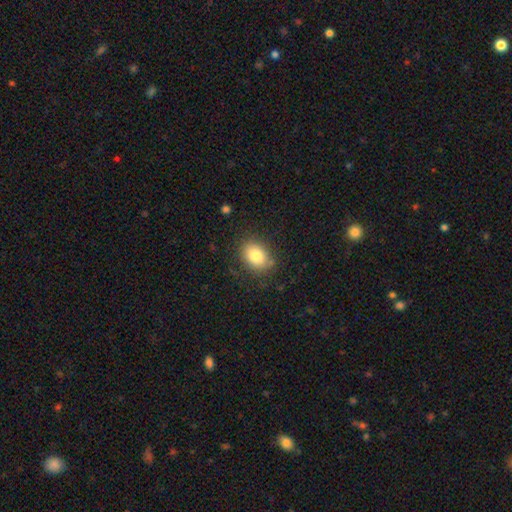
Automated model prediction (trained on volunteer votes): Smooth or featured: smooth — 82% (star or artifact — 9%)
How rounded: in between — 65% (round — 34%)
Merging: none — 83% (minor disturbance — 12%)